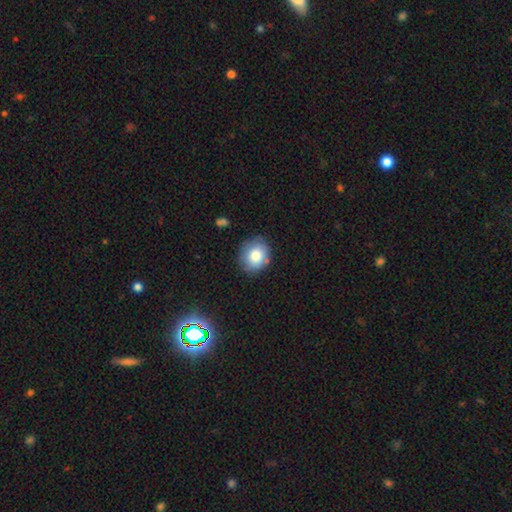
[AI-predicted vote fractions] Morphology: type=smooth (81%); roundness=round (66%); merging=none (79%).